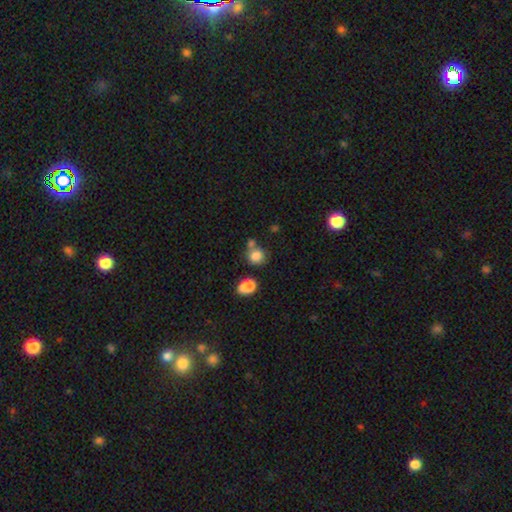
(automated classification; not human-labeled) Smooth or featured? Predicted: smooth (p=0.83). How rounded? Predicted: round (p=0.74). Merging? Predicted: none (p=0.59).